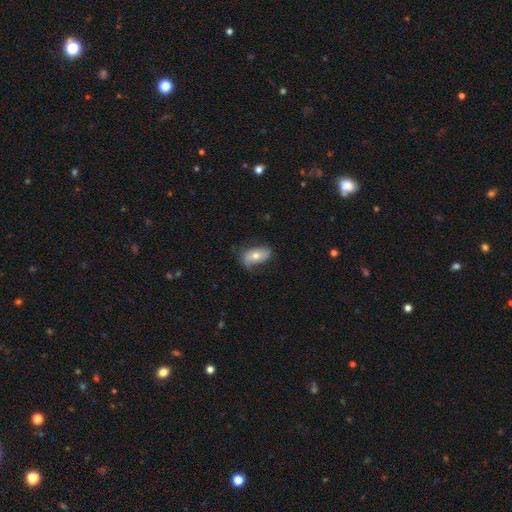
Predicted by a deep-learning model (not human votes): A smooth galaxy with no disk features (54%) that is in between round and cigar-shaped (90%).

Vote fractions:
- Smooth or featured? smooth: 54% / featured or disk: 39% / star or artifact: 7%
- How rounded? in between: 90% / round: 7% / cigar-shaped: 3%
- Merging? none: 56% / minor disturbance: 30% / major disturbance: 13% / merger: 1%